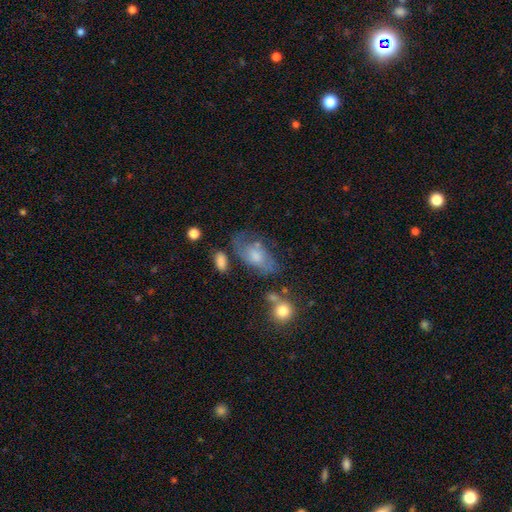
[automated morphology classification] The model was most divided on "smooth or featured": smooth: 49%, featured or disk: 42%, star or artifact: 10%. Remaining: merging — none (40%).